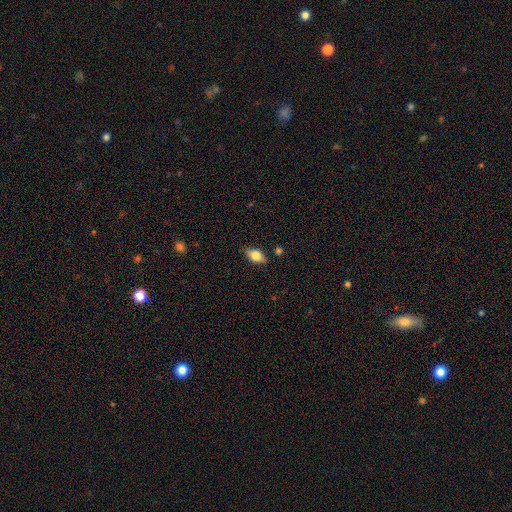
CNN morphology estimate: Overall: smooth (77%). How rounded: in between (87%). Merging: none (83%).